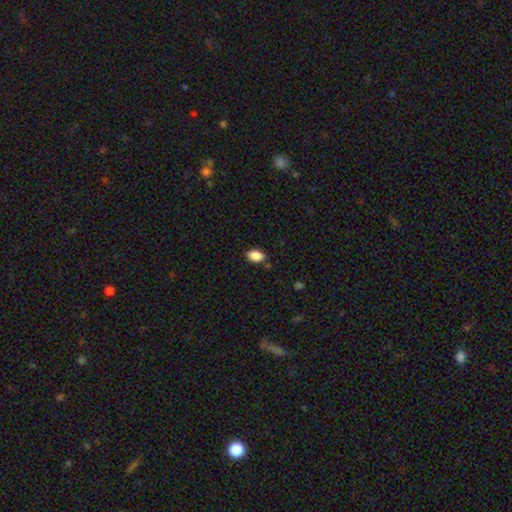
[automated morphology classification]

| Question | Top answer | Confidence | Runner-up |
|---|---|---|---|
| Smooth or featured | smooth | 88% | star or artifact (8%) |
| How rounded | in between | 90% | round (9%) |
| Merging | none | 83% | minor disturbance (12%) |